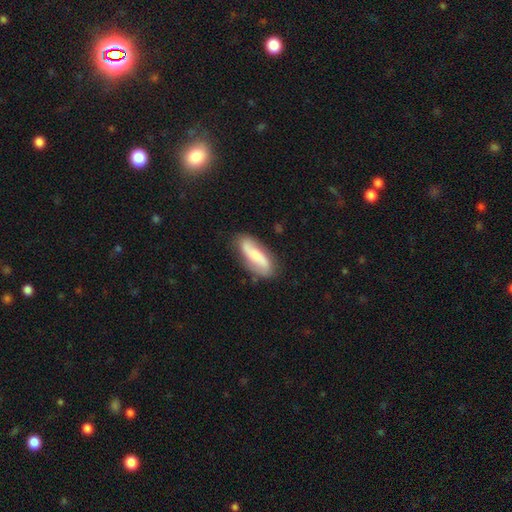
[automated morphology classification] A smooth galaxy with no disk features (48%). Merging: none (77%).